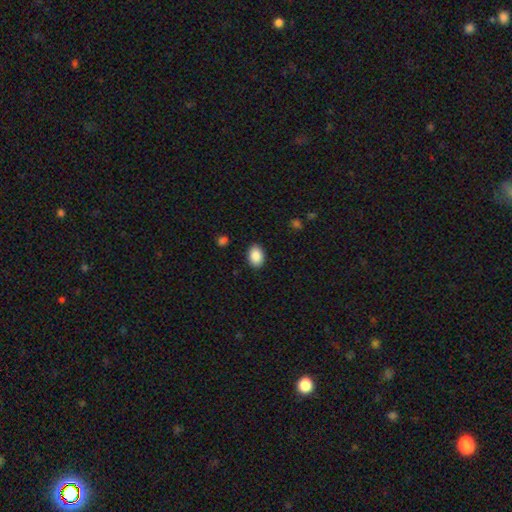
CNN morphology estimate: Smooth or featured: smooth — 89% (star or artifact — 7%)
How rounded: in between — 77% (round — 22%)
Merging: none — 88% (minor disturbance — 8%)